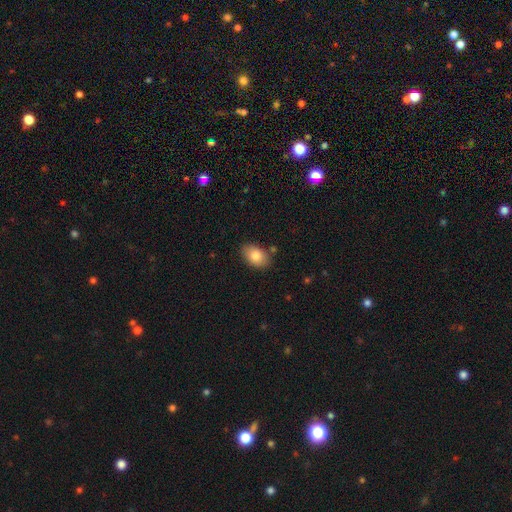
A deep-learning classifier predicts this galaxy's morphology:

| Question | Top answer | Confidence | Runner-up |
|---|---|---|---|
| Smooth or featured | smooth | 83% | featured or disk (10%) |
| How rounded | in between | 86% | round (13%) |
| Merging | none | 81% | minor disturbance (13%) |